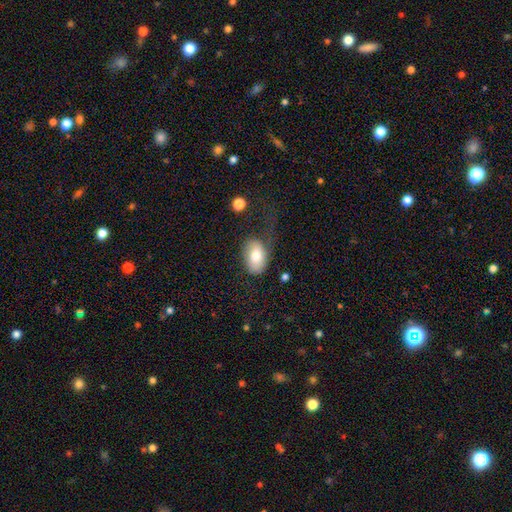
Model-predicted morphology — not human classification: Q: Smooth or featured?
A: smooth (75%); runner-up: featured or disk (18%)
Q: How rounded?
A: in between (88%); runner-up: round (10%)
Q: Merging?
A: none (48%); runner-up: minor disturbance (26%)